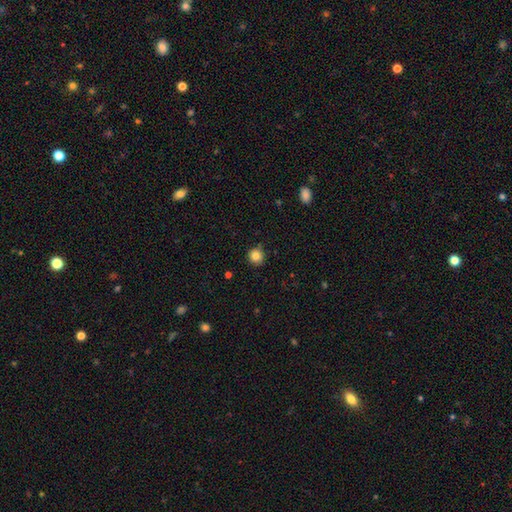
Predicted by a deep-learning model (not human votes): Morphology: type=smooth (84%); roundness=round (92%); merging=none (86%).